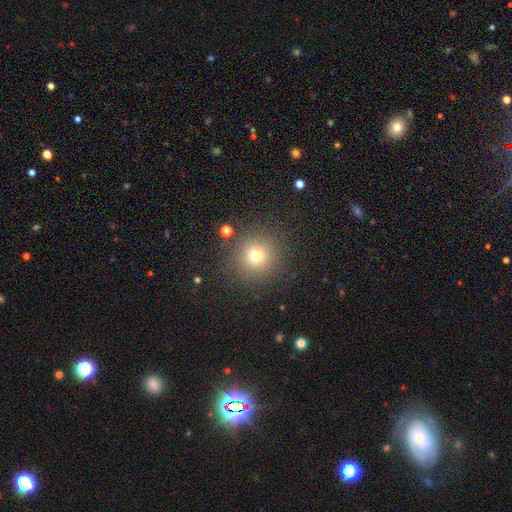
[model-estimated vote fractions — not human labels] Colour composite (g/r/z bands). It shows a smooth galaxy with no disk features (72%) that is round (94%). Merging: none (87%).